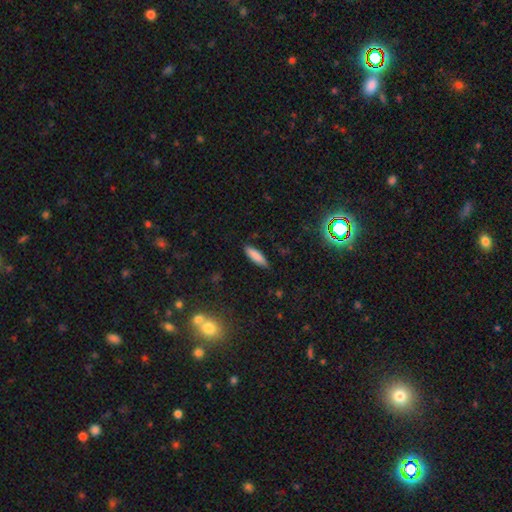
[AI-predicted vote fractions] Smooth or featured? Predicted: smooth (p=0.84). How rounded? Predicted: cigar-shaped (p=0.55). Merging? Predicted: none (p=0.85).